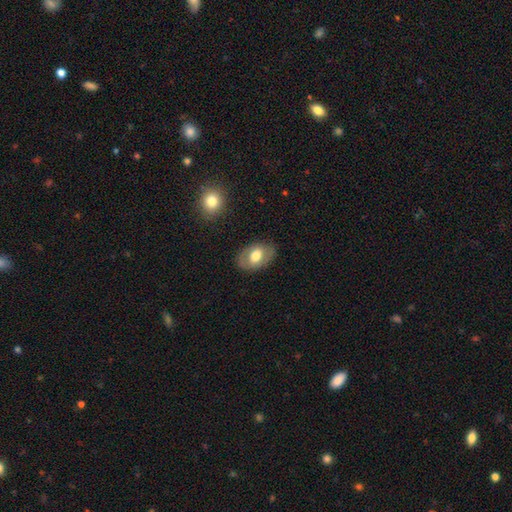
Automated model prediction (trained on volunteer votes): Smooth or featured? smooth (59%)
How rounded? in between (84%)
Merging? none (81%)